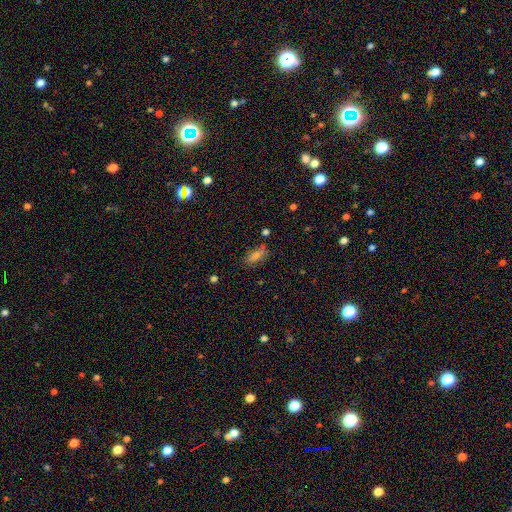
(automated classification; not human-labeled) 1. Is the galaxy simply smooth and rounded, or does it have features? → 68% smooth, 17% star or artifact, 16% featured or disk.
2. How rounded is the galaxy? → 72% in between, 22% cigar-shaped, 6% round.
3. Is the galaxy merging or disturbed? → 72% none, 17% minor disturbance, 5% merger, 5% major disturbance.